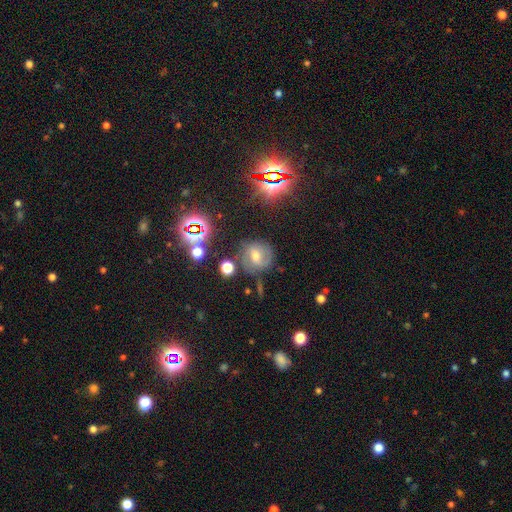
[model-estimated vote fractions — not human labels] Q: Smooth or featured?
A: featured or disk (42%); runner-up: smooth (38%)
Q: Merging?
A: none (65%); runner-up: minor disturbance (19%)